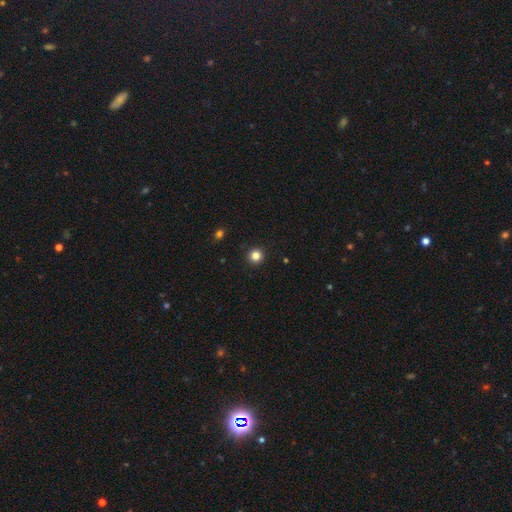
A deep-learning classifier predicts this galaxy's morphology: This appears to be a smooth galaxy with no disk features (83%) that is round (96%). Merging: none (93%).